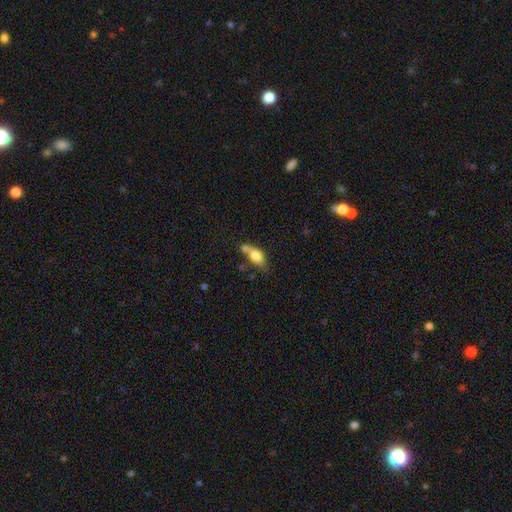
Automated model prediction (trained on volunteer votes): Smooth or featured?
  - smooth: 72% *
  - featured or disk: 20%
  - star or artifact: 8%
How rounded?
  - in between: 79% *
  - cigar-shaped: 14%
  - round: 7%
Merging?
  - none: 38% *
  - merger: 32%
  - minor disturbance: 21%
  - major disturbance: 9%